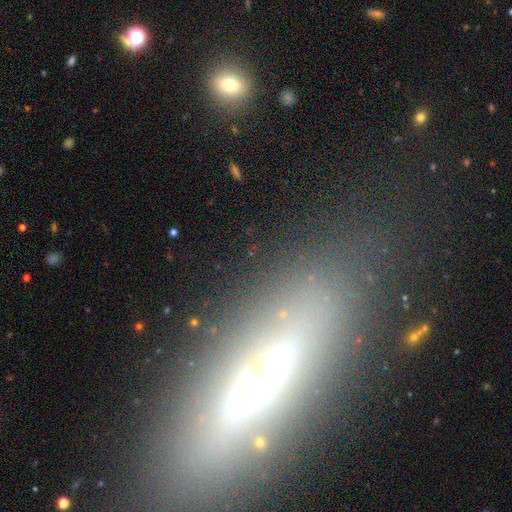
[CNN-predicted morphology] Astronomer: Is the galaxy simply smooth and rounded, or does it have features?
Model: featured or disk — 48% (runner-up: smooth, 35%).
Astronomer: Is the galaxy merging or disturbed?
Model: none — 71%.